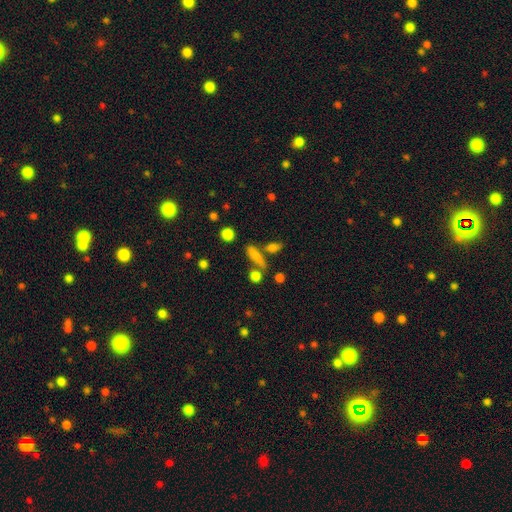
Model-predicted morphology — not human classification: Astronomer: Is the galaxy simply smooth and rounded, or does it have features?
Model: smooth — 71%.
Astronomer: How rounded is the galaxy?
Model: cigar-shaped — 53% (runner-up: in between, 35%).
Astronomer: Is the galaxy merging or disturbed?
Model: none — 60%.